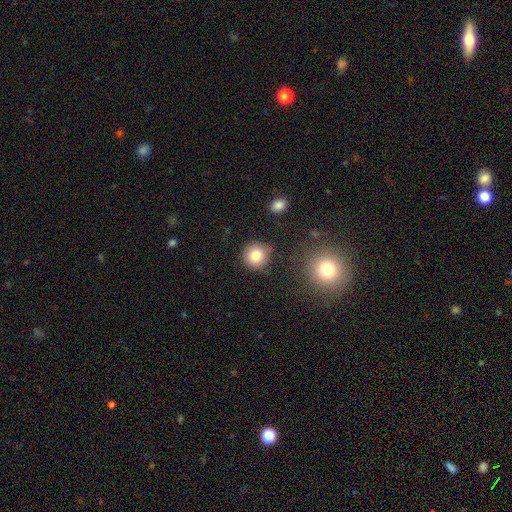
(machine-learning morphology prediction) This is clearly a smooth galaxy (80%). How rounded: clearly round (93%). Merging: clearly none (85%).